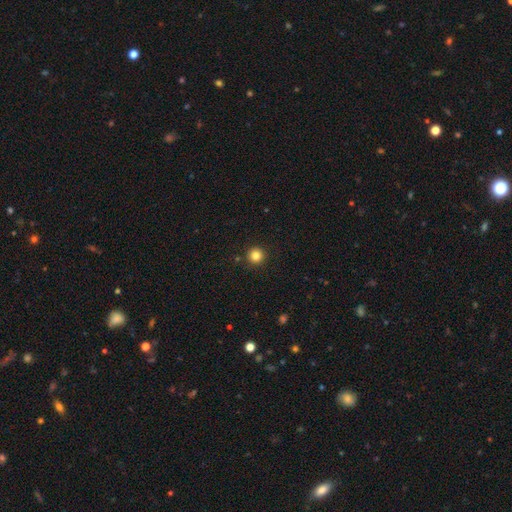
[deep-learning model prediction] Smooth or featured? smooth (83%)
How rounded? round (96%)
Merging? none (92%)